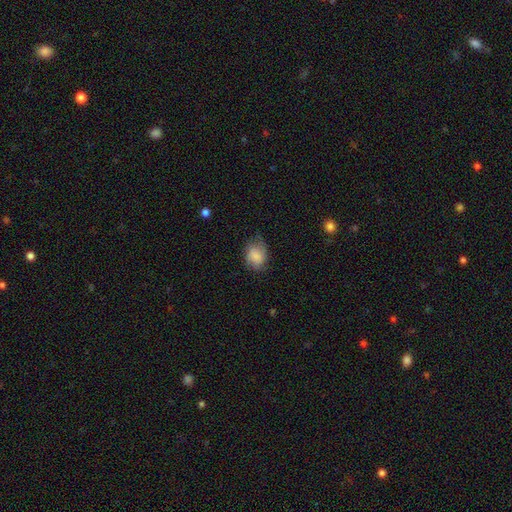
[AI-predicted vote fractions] Morphology: type=smooth (77%); roundness=in between (59%); merging=none (55%).